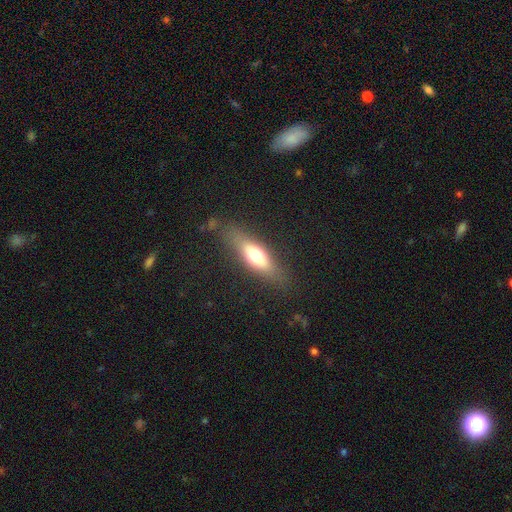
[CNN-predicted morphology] Smooth or featured? Predicted: smooth (p=0.56). How rounded? Predicted: cigar-shaped (p=0.51). Merging? Predicted: none (p=0.80).